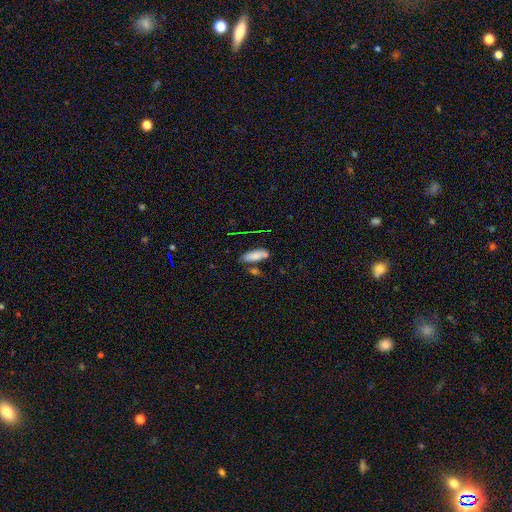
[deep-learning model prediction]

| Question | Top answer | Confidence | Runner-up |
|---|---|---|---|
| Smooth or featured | smooth | 79% | featured or disk (13%) |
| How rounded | in between | 69% | cigar-shaped (29%) |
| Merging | none | 63% | minor disturbance (18%) |